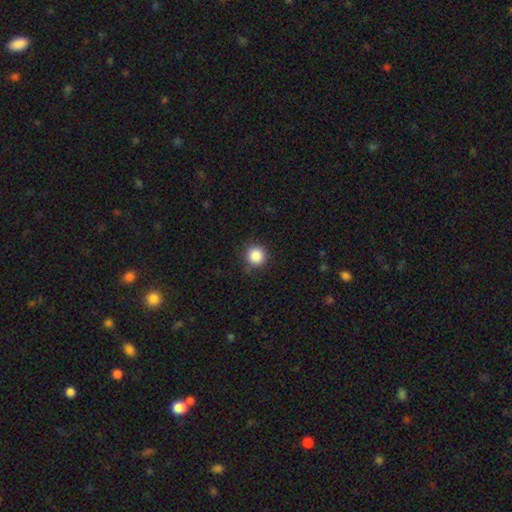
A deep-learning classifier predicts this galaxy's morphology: This appears to be a smooth galaxy with no disk features (87%) that is round (95%). Merging: none (86%).